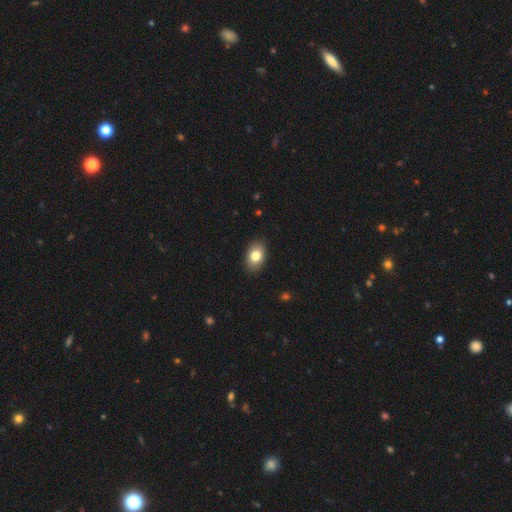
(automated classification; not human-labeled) Morphology: type=smooth (82%); roundness=in between (87%); merging=none (89%).